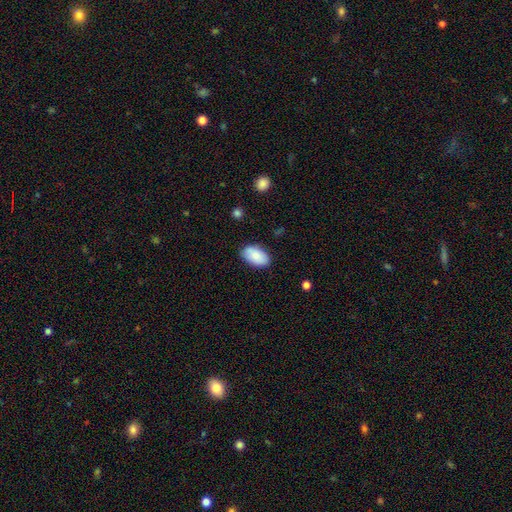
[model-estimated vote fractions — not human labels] A smooth galaxy with no disk features (81%) that is in between round and cigar-shaped (94%). Merging: none (82%).